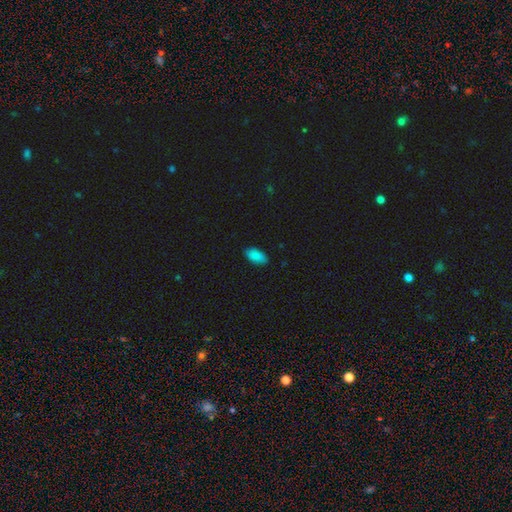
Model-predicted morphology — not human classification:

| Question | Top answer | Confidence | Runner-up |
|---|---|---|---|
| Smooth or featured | smooth | 87% | star or artifact (8%) |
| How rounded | in between | 93% | cigar-shaped (5%) |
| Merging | none | 87% | minor disturbance (10%) |